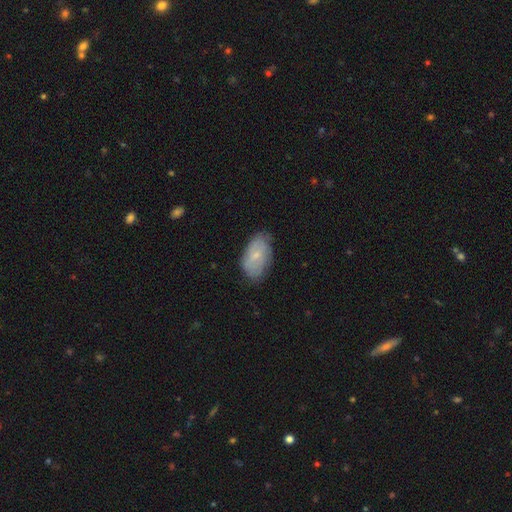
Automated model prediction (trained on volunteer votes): Smooth or featured?
  - smooth: 52% *
  - featured or disk: 41%
  - star or artifact: 7%
How rounded?
  - in between: 93% *
  - round: 4%
  - cigar-shaped: 3%
Merging?
  - none: 70% *
  - minor disturbance: 24%
  - major disturbance: 5%
  - merger: 1%